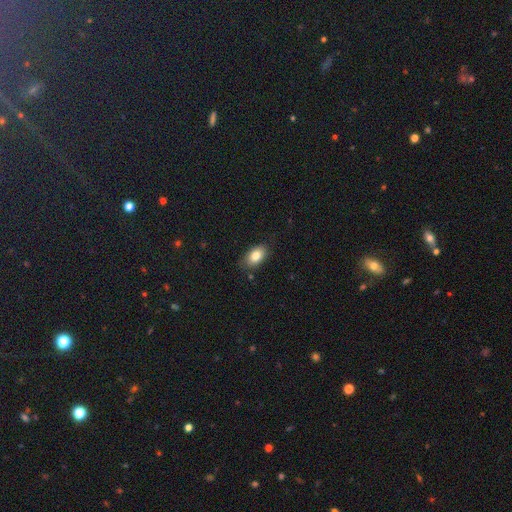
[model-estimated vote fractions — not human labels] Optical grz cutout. It shows a smooth galaxy with no disk features (82%) that is in between round and cigar-shaped (90%). Merging: none (83%).